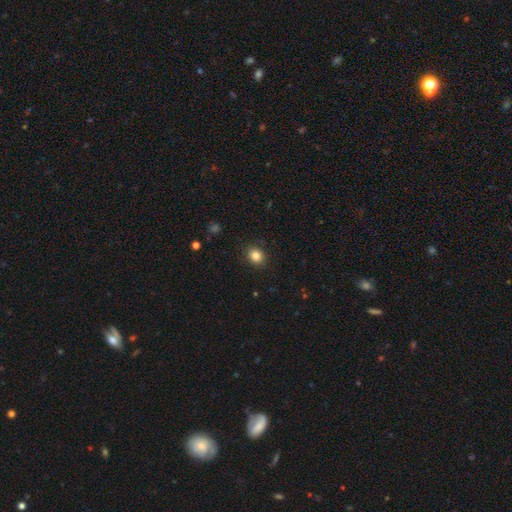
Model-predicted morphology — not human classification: smooth 84%, star or artifact 11%, featured or disk 5%. Down the decision tree: how rounded — round (66%); merging — none (88%).